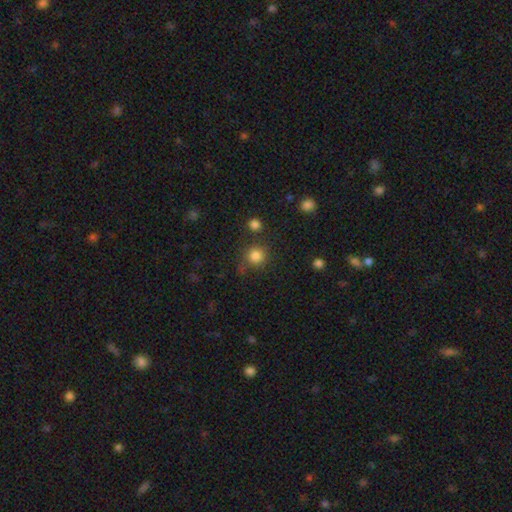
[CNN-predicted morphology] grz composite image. It shows a smooth galaxy with no disk features (83%) that is round (92%). Merging: none (74%).